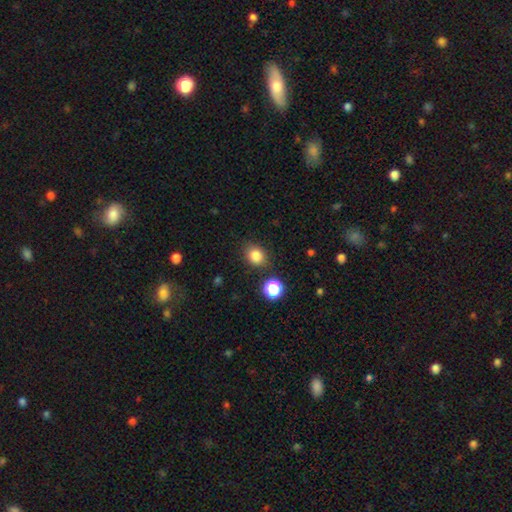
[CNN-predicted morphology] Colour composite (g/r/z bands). It shows a smooth galaxy with no disk features (82%) that is round (62%). Merging: none (82%).